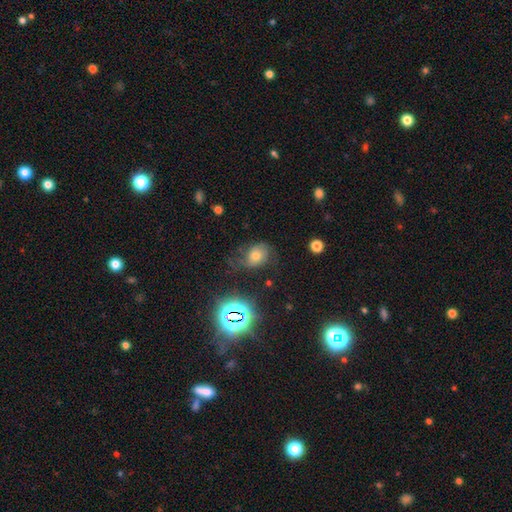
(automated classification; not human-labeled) Smooth or featured? smooth (49%)
Merging? none (51%)